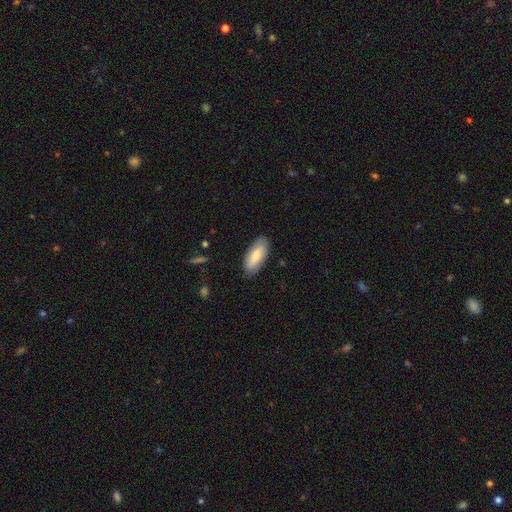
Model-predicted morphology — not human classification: smooth 73%, featured or disk 21%, star or artifact 6%. Down the decision tree: how rounded — in between (84%); merging — none (86%).